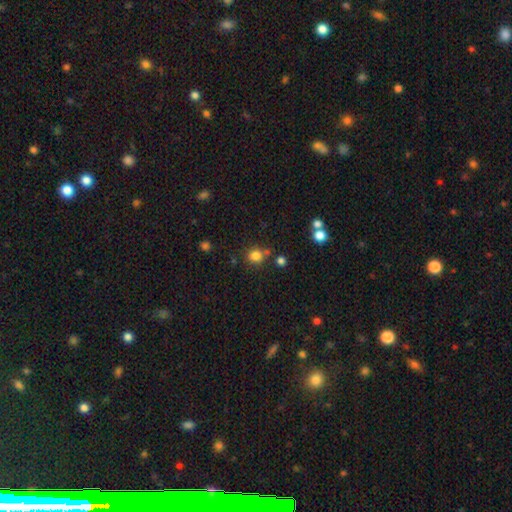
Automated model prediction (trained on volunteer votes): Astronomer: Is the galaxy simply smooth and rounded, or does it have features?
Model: smooth — 80%.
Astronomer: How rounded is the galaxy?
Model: round — 84%.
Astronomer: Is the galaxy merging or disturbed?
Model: none — 73%.